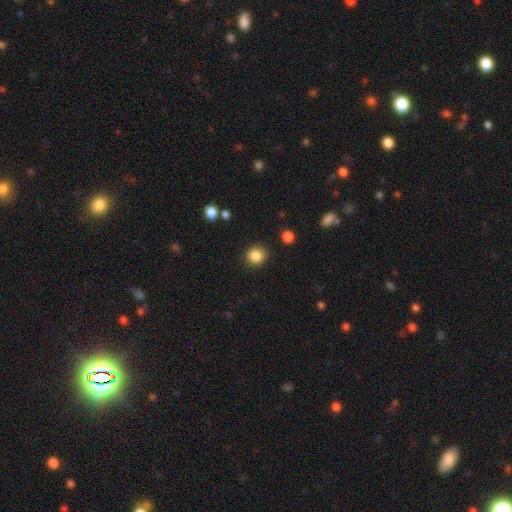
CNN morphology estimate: The model was most divided on "how rounded": round: 87%, in between: 13%, cigar-shaped: 1%. More confident: merging — none (90%); smooth or featured — smooth (86%).